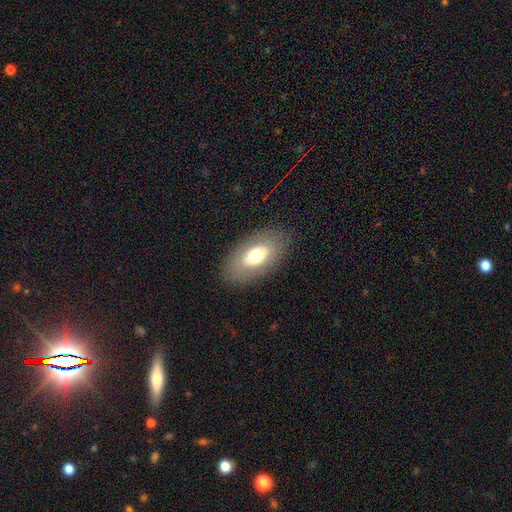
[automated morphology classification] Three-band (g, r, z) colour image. It shows a smooth galaxy with no disk features (62%) that is in between round and cigar-shaped (92%). Merging: none (84%).